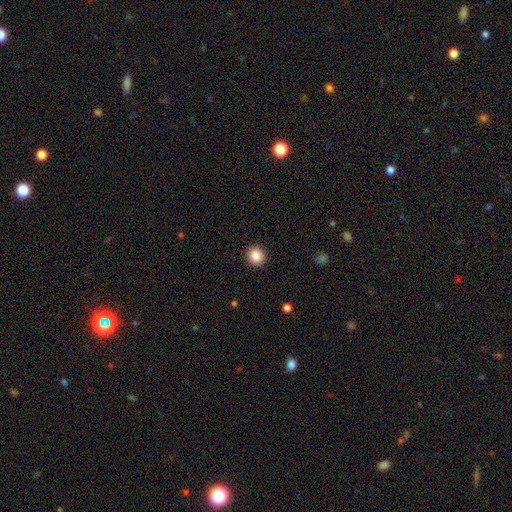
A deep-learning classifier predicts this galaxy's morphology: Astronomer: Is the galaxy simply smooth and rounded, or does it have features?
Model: smooth — 86%.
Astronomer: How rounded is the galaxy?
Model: round — 91%.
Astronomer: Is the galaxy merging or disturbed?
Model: none — 92%.